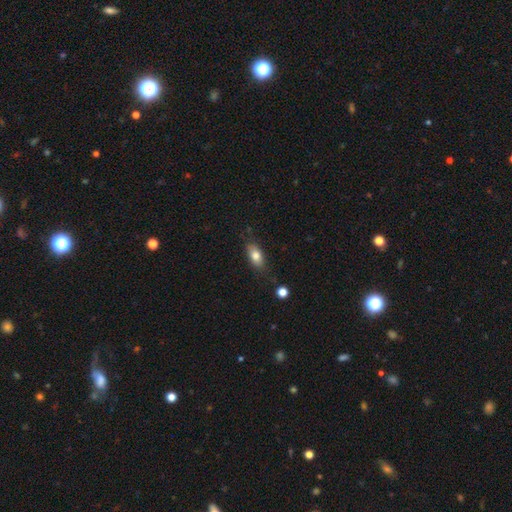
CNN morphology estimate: smooth-or-featured: smooth: 78% | featured or disk: 14% | star or artifact: 8%
  how-rounded: in between: 85% | cigar-shaped: 9% | round: 6%
  merging: none: 77% | minor disturbance: 17% | major disturbance: 4% | merger: 2%